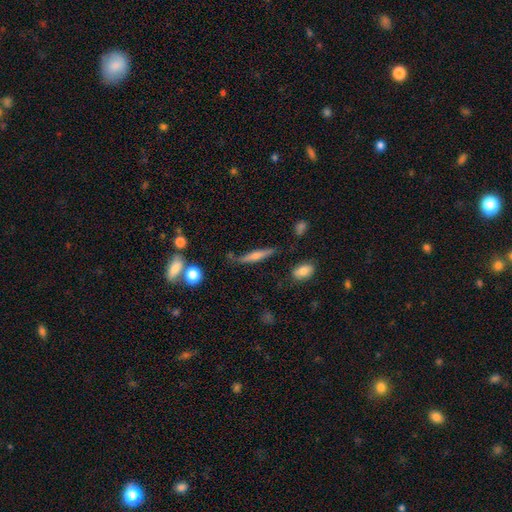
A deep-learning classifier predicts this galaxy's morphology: Smooth or featured? Predicted: featured or disk (p=0.50). Merging? Predicted: none (p=0.75).